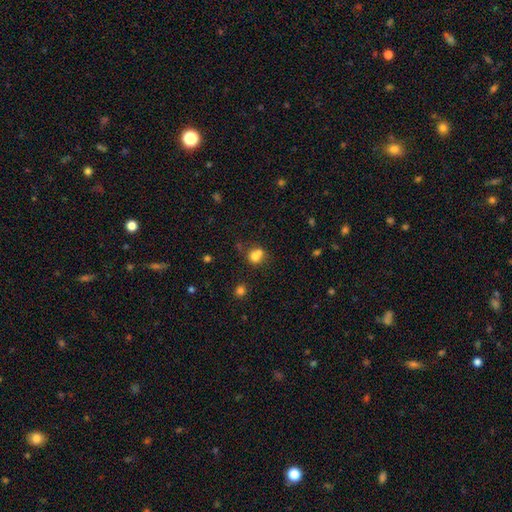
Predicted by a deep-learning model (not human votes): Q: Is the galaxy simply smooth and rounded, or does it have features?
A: smooth — 73%.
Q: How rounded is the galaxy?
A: round — 73%.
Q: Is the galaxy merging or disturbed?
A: merger — 47%.